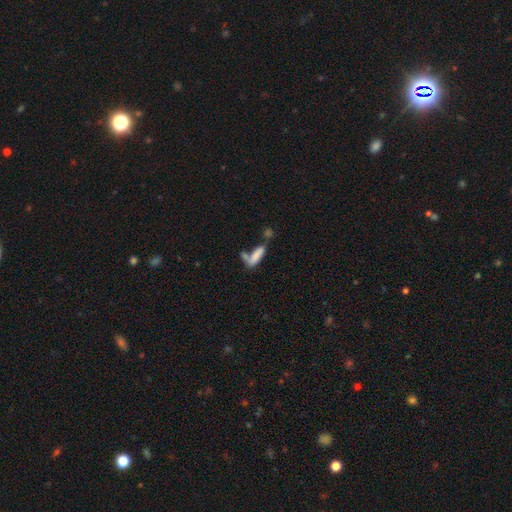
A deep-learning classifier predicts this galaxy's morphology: A smooth galaxy with no disk features (77%) that is cigar-shaped (50%). Merging: merger (42%).